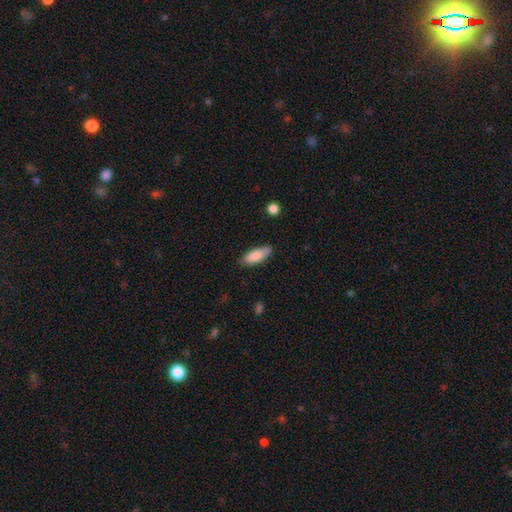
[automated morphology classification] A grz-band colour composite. It shows a smooth galaxy with no disk features (84%) that is in between round and cigar-shaped (68%). Merging: none (80%).